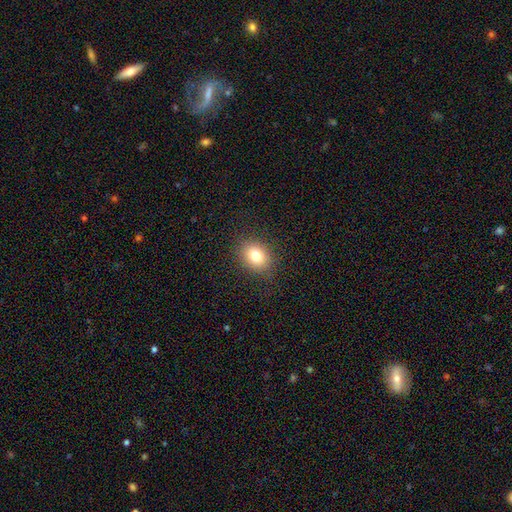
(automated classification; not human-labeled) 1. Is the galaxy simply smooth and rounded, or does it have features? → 80% smooth, 11% star or artifact, 9% featured or disk.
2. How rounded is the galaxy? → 53% in between, 46% round, 1% cigar-shaped.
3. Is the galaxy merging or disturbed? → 86% none, 10% minor disturbance, 3% major disturbance, 1% merger.